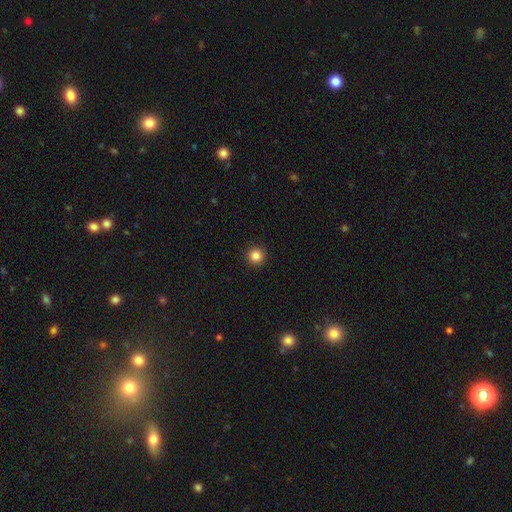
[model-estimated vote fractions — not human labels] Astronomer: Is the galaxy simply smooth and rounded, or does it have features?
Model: smooth — 85%.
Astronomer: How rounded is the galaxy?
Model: round — 96%.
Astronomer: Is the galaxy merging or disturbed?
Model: none — 93%.